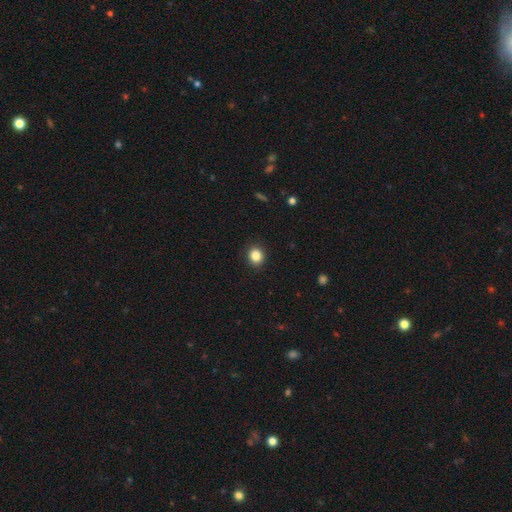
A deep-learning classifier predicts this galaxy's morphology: Smooth or featured? smooth (85%)
How rounded? round (78%)
Merging? none (91%)